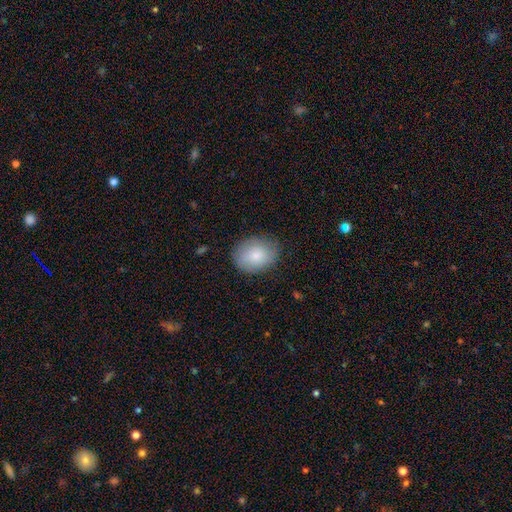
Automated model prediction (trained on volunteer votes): This is clearly a smooth galaxy (82%). How rounded: possibly in between (51%). Merging: clearly none (81%).